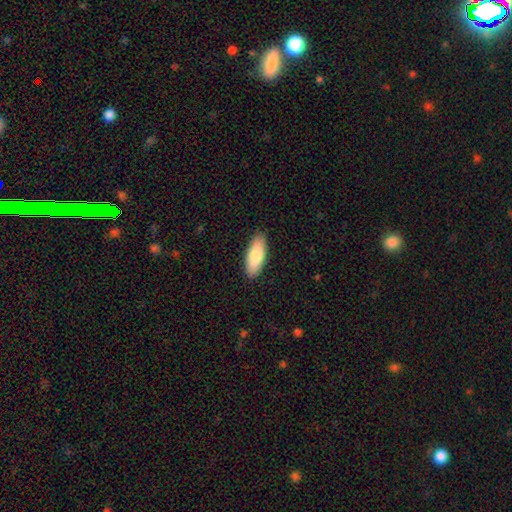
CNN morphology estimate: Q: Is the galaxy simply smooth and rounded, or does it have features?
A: smooth — 83%.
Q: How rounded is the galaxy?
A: in between — 72%.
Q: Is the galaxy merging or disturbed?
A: none — 89%.